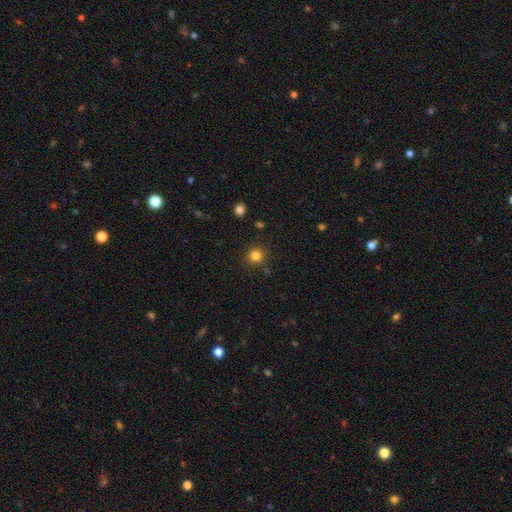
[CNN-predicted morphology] A smooth galaxy with no disk features (82%) that is round (90%). Merging: none (86%).